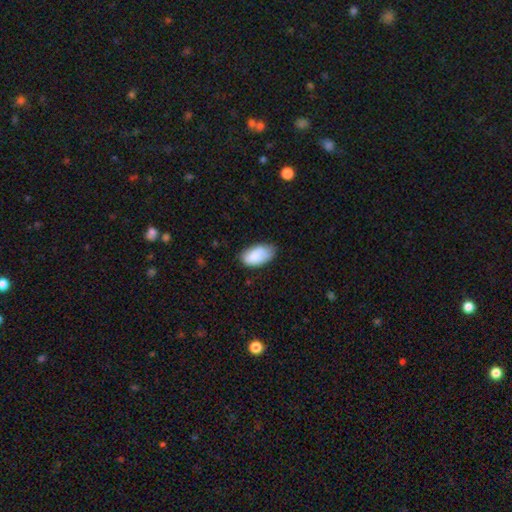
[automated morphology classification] Smooth or featured? smooth (87%)
How rounded? in between (95%)
Merging? none (67%)